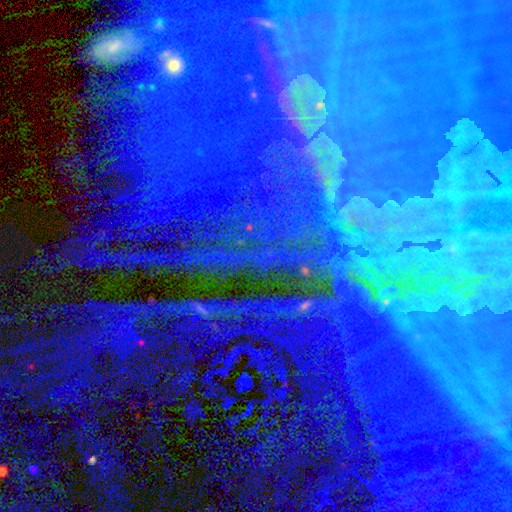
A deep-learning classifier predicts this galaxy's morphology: This is likely a star or artifact rather than a galaxy (79%).